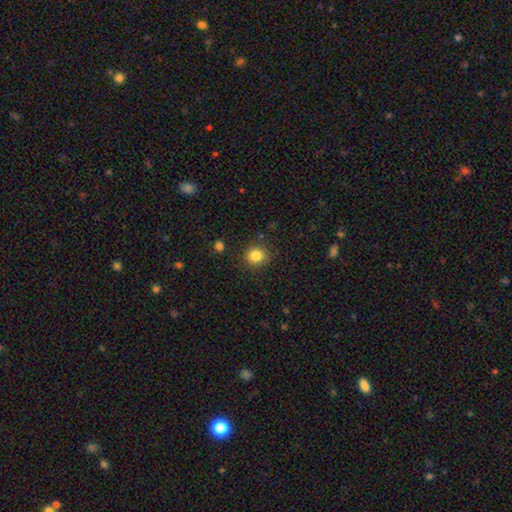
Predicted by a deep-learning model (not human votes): Q: Smooth or featured?
A: smooth (84%); runner-up: star or artifact (11%)
Q: How rounded?
A: round (88%); runner-up: in between (11%)
Q: Merging?
A: none (88%); runner-up: minor disturbance (8%)